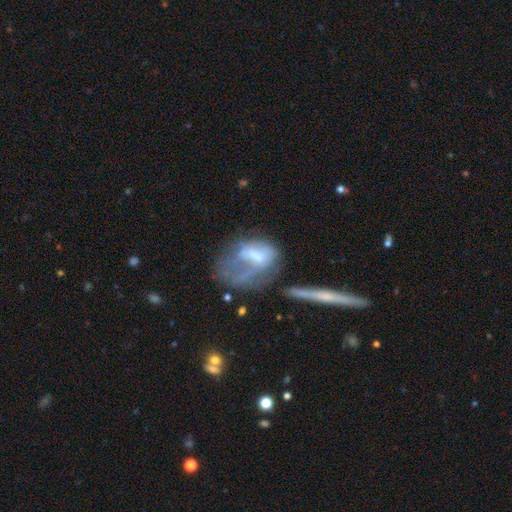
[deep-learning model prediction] The model was most divided on "smooth or featured": featured or disk: 46%, smooth: 43%, star or artifact: 10%. Remaining: merging — major disturbance (48%).